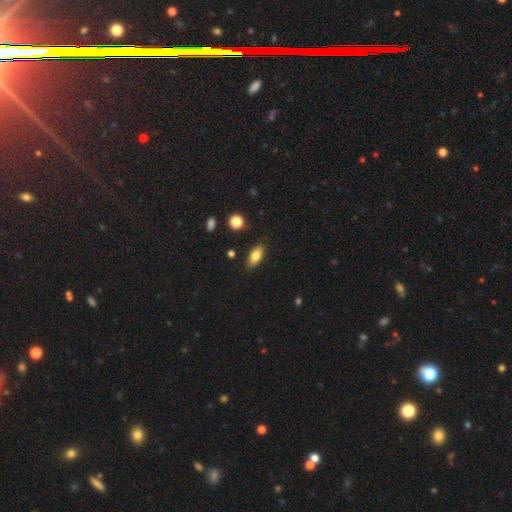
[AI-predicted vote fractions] smooth-or-featured: smooth: 79% | featured or disk: 14% | star or artifact: 8%
  how-rounded: in between: 85% | cigar-shaped: 11% | round: 4%
  merging: none: 85% | minor disturbance: 11% | major disturbance: 2% | merger: 2%